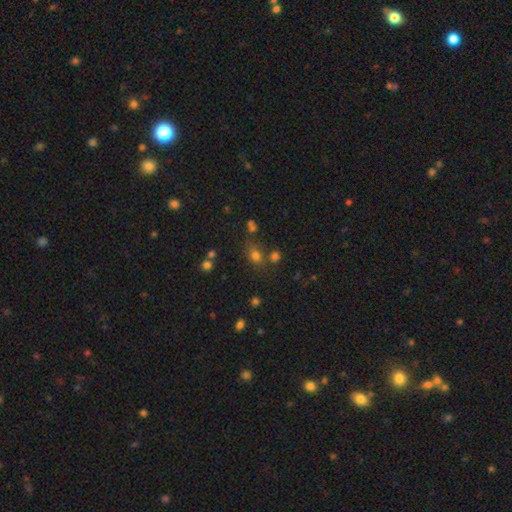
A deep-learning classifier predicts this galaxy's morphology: smooth-or-featured: smooth: 70% | star or artifact: 21% | featured or disk: 9%
  how-rounded: in between: 49% | round: 48% | cigar-shaped: 3%
  merging: none: 61% | merger: 17% | minor disturbance: 15% | major disturbance: 7%